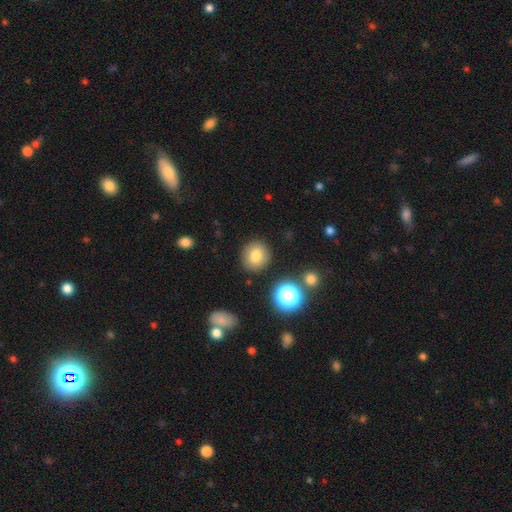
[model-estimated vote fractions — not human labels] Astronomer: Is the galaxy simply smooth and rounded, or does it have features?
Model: smooth — 79%.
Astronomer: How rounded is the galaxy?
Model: round — 83%.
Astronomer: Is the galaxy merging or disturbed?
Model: none — 87%.